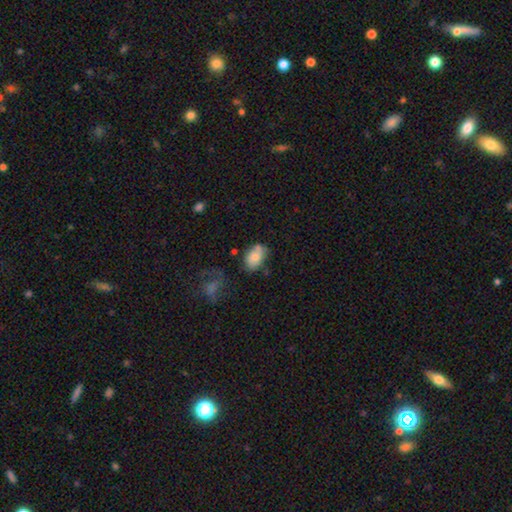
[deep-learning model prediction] A smooth galaxy with no disk features (79%) that is in between round and cigar-shaped (87%). Merging: none (56%).